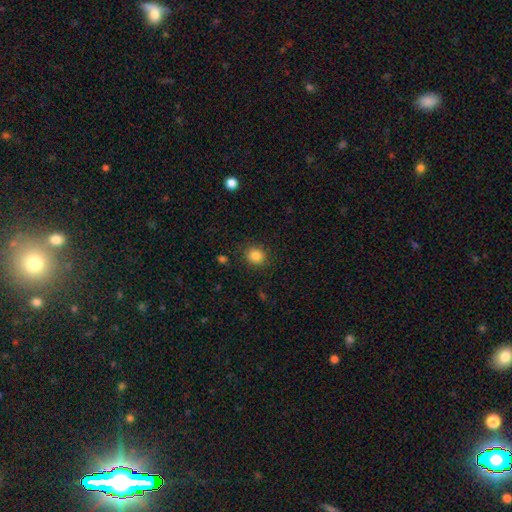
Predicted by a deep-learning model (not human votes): Morphology: type=smooth (85%); roundness=round (82%); merging=none (88%).